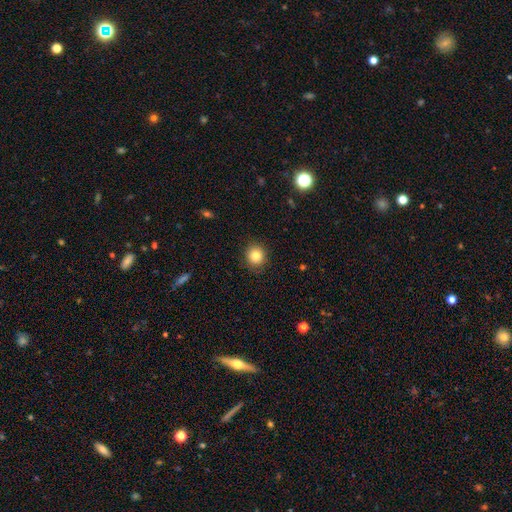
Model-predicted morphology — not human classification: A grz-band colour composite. It shows a smooth galaxy with no disk features (83%) that is round (87%). Merging: none (89%).